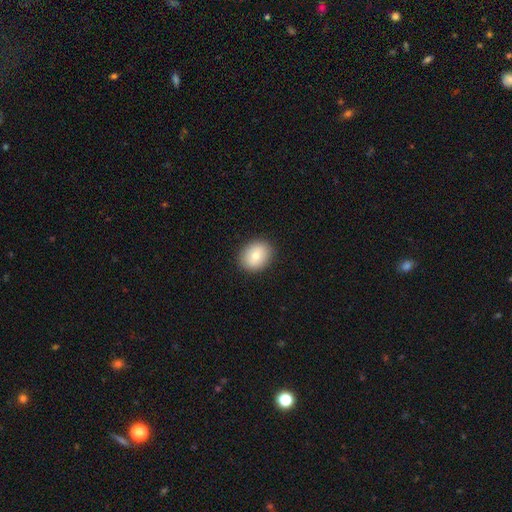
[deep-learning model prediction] smooth_or_featured: smooth (p=0.78) [alt: featured or disk p=0.14]
how_rounded: round (p=0.53) [alt: in between p=0.46]
merging: none (p=0.89) [alt: minor disturbance p=0.08]